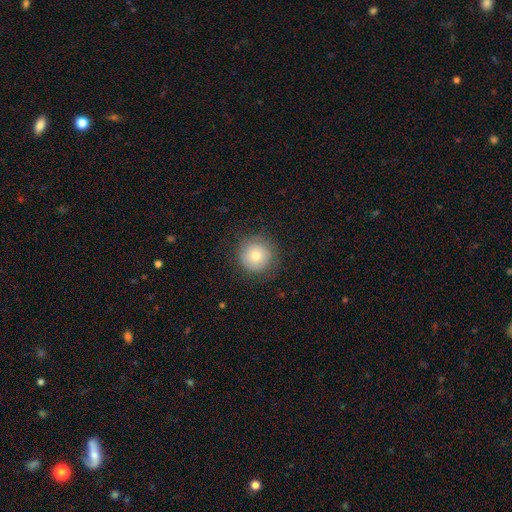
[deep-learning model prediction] smooth-or-featured: smooth: 74% | featured or disk: 15% | star or artifact: 11%
  how-rounded: round: 95% | in between: 4% | cigar-shaped: 1%
  merging: none: 85% | minor disturbance: 11% | major disturbance: 4% | merger: 1%